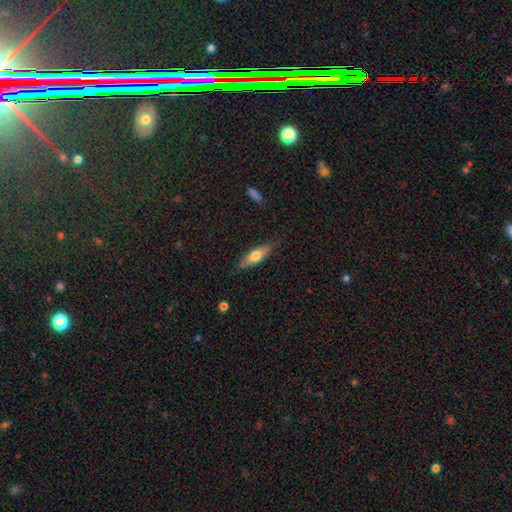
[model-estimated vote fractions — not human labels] A smooth galaxy with no disk features (53%) that is cigar-shaped (56%).

Vote fractions:
- Smooth or featured? smooth: 53% / featured or disk: 41% / star or artifact: 6%
- How rounded? cigar-shaped: 56% / in between: 41% / round: 3%
- Merging? none: 80% / minor disturbance: 15% / major disturbance: 3% / merger: 1%